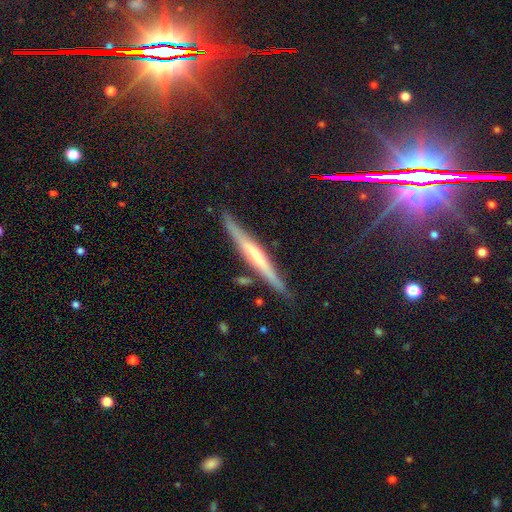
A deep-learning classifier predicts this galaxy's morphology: This appears to be a featured or disk galaxy (60%) viewed edge-on (95%) with no central bulge (48%). Merging: none (83%).